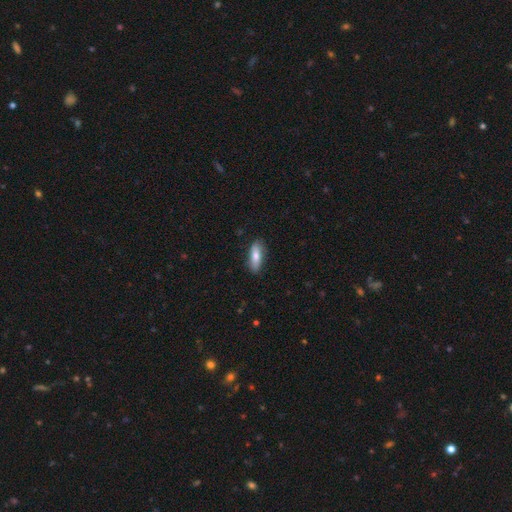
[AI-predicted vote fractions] This appears to be a smooth galaxy with no disk features (74%) that is in between round and cigar-shaped (59%). Merging: none (84%).